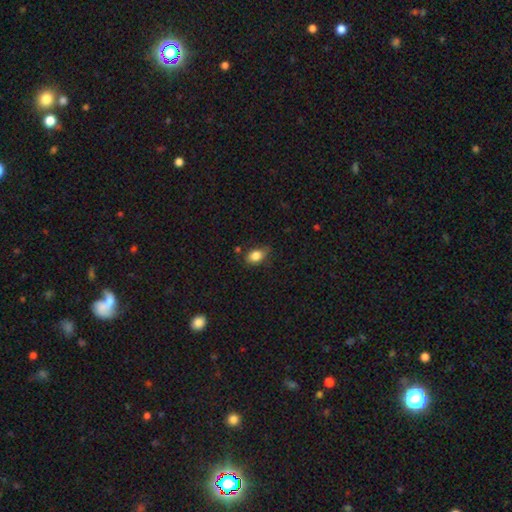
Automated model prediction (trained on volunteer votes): This appears to be a smooth galaxy with no disk features (85%) that is in between round and cigar-shaped (82%). Merging: none (69%).